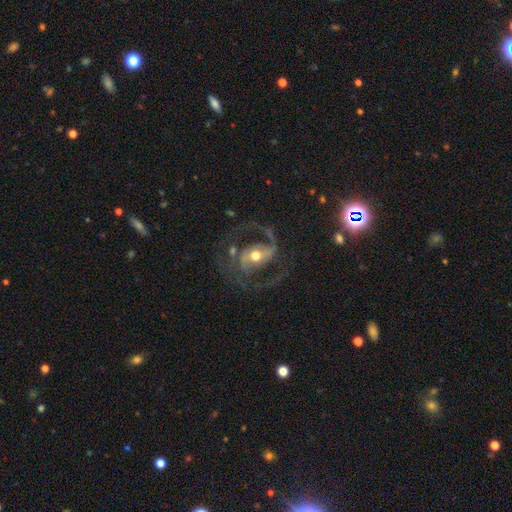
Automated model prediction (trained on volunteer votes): Q: Smooth or featured?
A: featured or disk (88%); runner-up: smooth (7%)
Q: Edge-on disk?
A: no (97%); runner-up: yes (3%)
Q: Bar?
A: weak (38%); runner-up: strong (32%)
Q: Spiral arms?
A: yes (95%); runner-up: no (5%)
Q: Spiral winding?
A: medium (56%); runner-up: loose (30%)
Q: Spiral arm count?
A: 2 (86%); runner-up: 3 (4%)
Q: Bulge size?
A: moderate (73%); runner-up: small (15%)
Q: Merging?
A: none (66%); runner-up: major disturbance (17%)